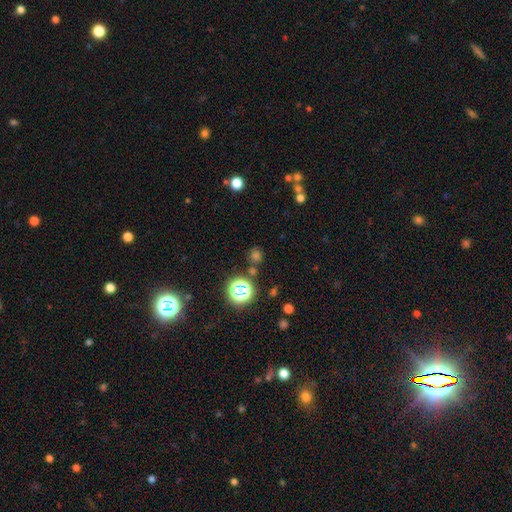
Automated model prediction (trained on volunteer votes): The model was most divided on "smooth or featured": smooth: 47%, star or artifact: 46%, featured or disk: 7%. More confident: merging — none (79%).